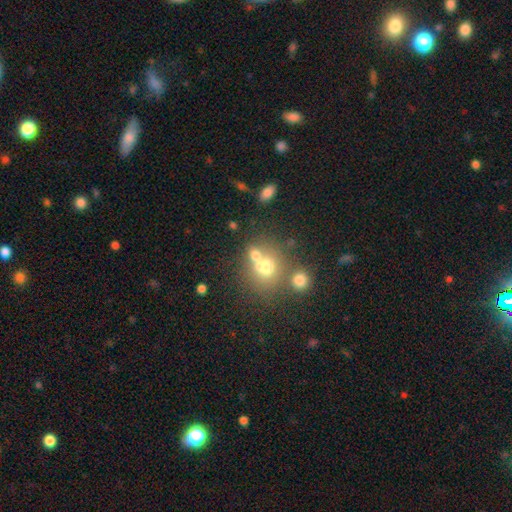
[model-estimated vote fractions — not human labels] smooth_or_featured: smooth (p=0.65) [alt: featured or disk p=0.19]
how_rounded: round (p=0.70) [alt: in between p=0.29]
merging: merger (p=0.48) [alt: none p=0.37]